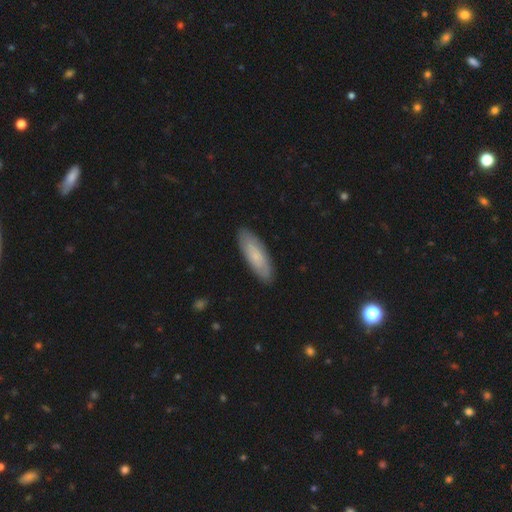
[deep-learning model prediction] A smooth galaxy with no disk features (70%) that is in between round and cigar-shaped (52%).

Vote fractions:
- Smooth or featured? smooth: 70% / featured or disk: 25% / star or artifact: 6%
- How rounded? in between: 52% / cigar-shaped: 46% / round: 2%
- Merging? none: 88% / minor disturbance: 9% / major disturbance: 2% / merger: 1%